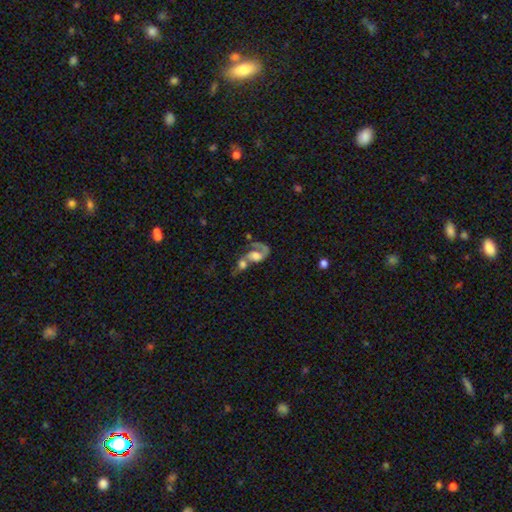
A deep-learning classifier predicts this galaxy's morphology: Q: Smooth or featured?
A: featured or disk (64%); runner-up: smooth (27%)
Q: Edge-on disk?
A: no (97%); runner-up: yes (3%)
Q: Bar?
A: no (70%); runner-up: weak (23%)
Q: Spiral arms?
A: yes (80%); runner-up: no (20%)
Q: Bulge size?
A: large (36%); runner-up: moderate (35%)
Q: Merging?
A: merger (66%); runner-up: major disturbance (15%)